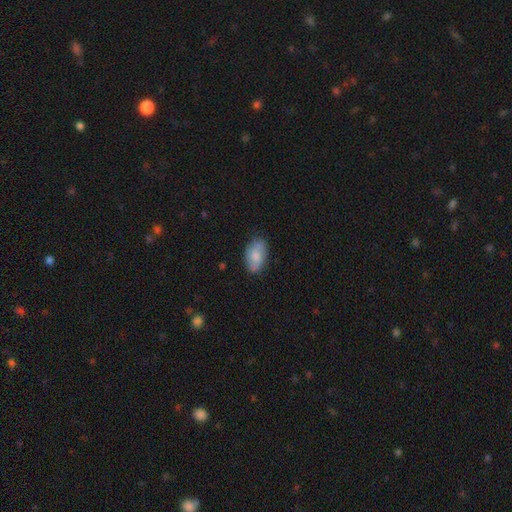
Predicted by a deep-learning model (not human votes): Smooth or featured: smooth — 69% (featured or disk — 25%)
How rounded: in between — 92% (round — 6%)
Merging: none — 79% (minor disturbance — 17%)